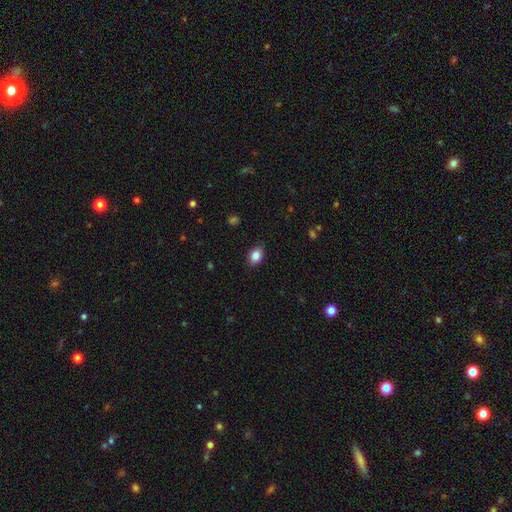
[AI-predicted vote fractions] smooth_or_featured: smooth (p=0.85) [alt: star or artifact p=0.09]
how_rounded: in between (p=0.74) [alt: round p=0.25]
merging: none (p=0.87) [alt: minor disturbance p=0.09]